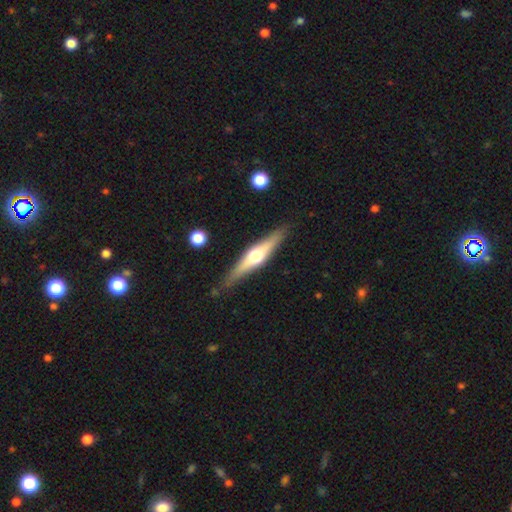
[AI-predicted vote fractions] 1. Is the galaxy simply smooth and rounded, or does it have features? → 66% featured or disk, 29% smooth, 5% star or artifact.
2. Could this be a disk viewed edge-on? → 96% yes, 4% no.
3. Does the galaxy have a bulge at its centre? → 93% rounded, 4% boxy, 3% none.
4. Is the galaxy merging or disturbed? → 86% none, 10% minor disturbance, 2% major disturbance, 2% merger.